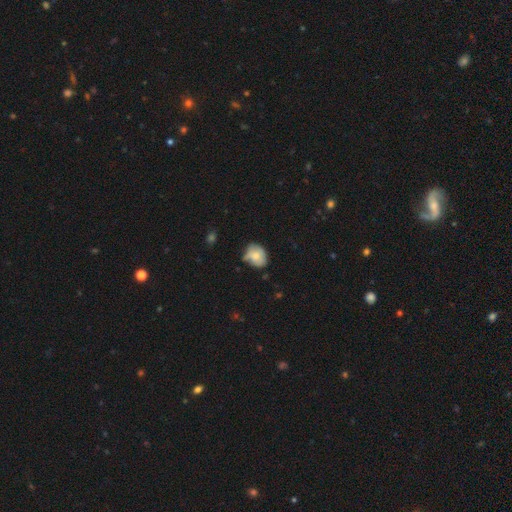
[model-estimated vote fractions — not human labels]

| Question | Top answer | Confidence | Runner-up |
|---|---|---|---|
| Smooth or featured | smooth | 69% | featured or disk (23%) |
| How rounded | in between | 54% | round (45%) |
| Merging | none | 49% | minor disturbance (38%) |